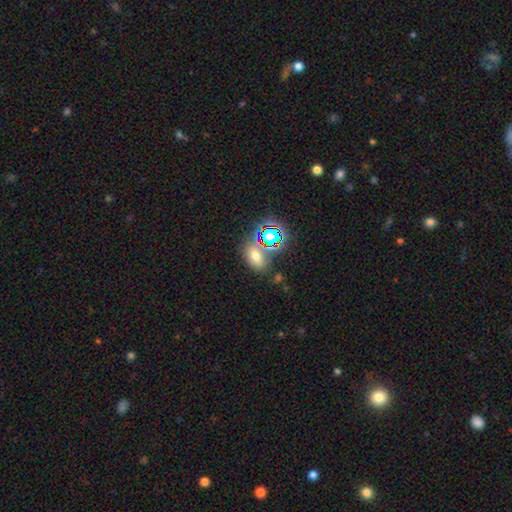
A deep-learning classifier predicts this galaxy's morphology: A smooth galaxy with no disk features (60%) that is in between round and cigar-shaped (81%).

Vote fractions:
- Smooth or featured? smooth: 60% / star or artifact: 29% / featured or disk: 11%
- How rounded? in between: 81% / round: 17% / cigar-shaped: 2%
- Merging? none: 68% / merger: 13% / minor disturbance: 13% / major disturbance: 5%